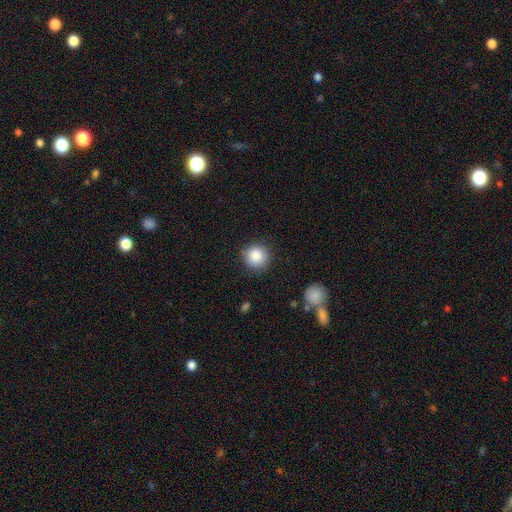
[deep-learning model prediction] Smooth or featured?
  - smooth: 85% *
  - star or artifact: 9%
  - featured or disk: 6%
How rounded?
  - round: 94% *
  - in between: 5%
  - cigar-shaped: 1%
Merging?
  - none: 87% *
  - minor disturbance: 9%
  - major disturbance: 2%
  - merger: 1%